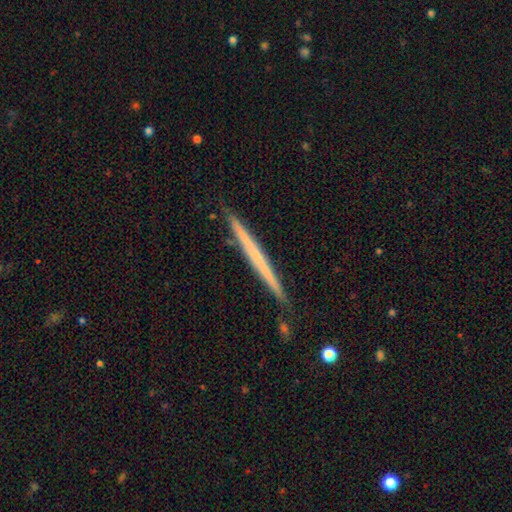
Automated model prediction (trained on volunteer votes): smooth-or-featured: featured or disk: 53% | smooth: 41% | star or artifact: 6%
  disk-edge-on: yes: 98% | no: 2%
    edge-on-bulge: none: 87% | rounded: 10% | boxy: 3%
  merging: none: 90% | minor disturbance: 7% | merger: 1% | major disturbance: 1%